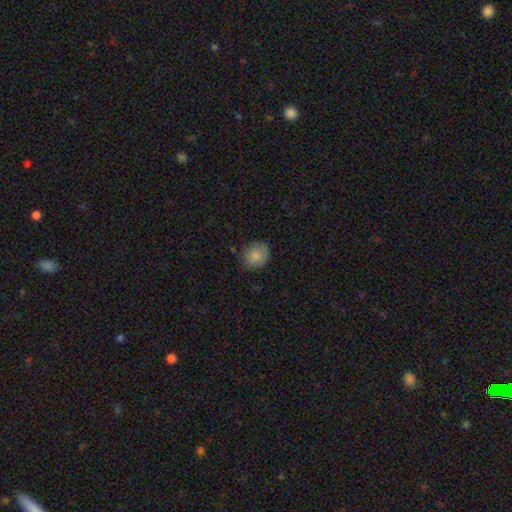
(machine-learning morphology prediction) smooth-or-featured: smooth: 86% | star or artifact: 8% | featured or disk: 6%
  how-rounded: round: 76% | in between: 23% | cigar-shaped: 1%
  merging: none: 78% | minor disturbance: 17% | major disturbance: 3% | merger: 1%